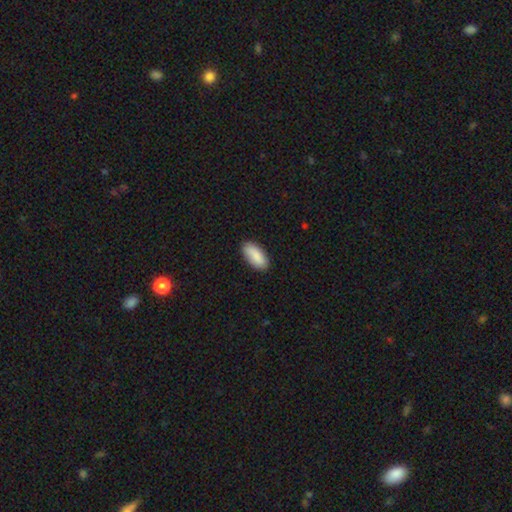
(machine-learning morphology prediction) This appears to be a smooth galaxy with no disk features (89%) that is in between round and cigar-shaped (87%). Merging: none (87%).